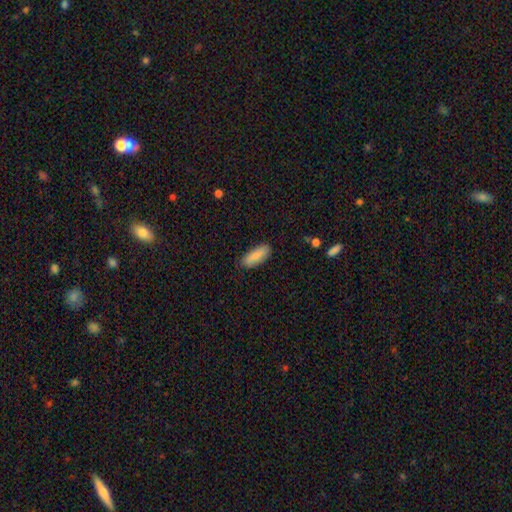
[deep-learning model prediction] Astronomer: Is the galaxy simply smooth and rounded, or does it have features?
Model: smooth — 86%.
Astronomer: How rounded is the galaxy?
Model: in between — 74%.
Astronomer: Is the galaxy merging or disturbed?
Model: none — 86%.